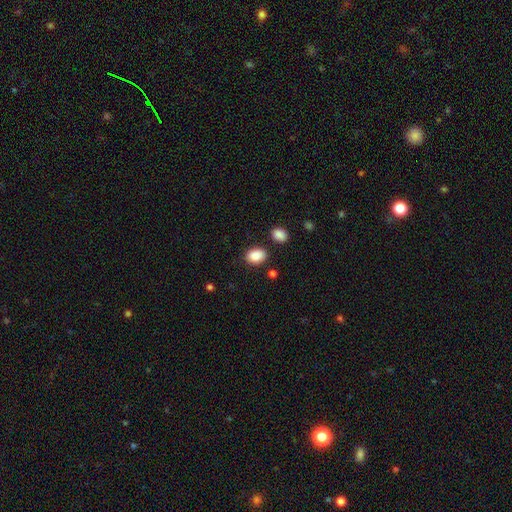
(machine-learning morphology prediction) smooth_or_featured: smooth (p=0.89) [alt: star or artifact p=0.08]
how_rounded: in between (p=0.74) [alt: round p=0.25]
merging: none (p=0.81) [alt: minor disturbance p=0.12]